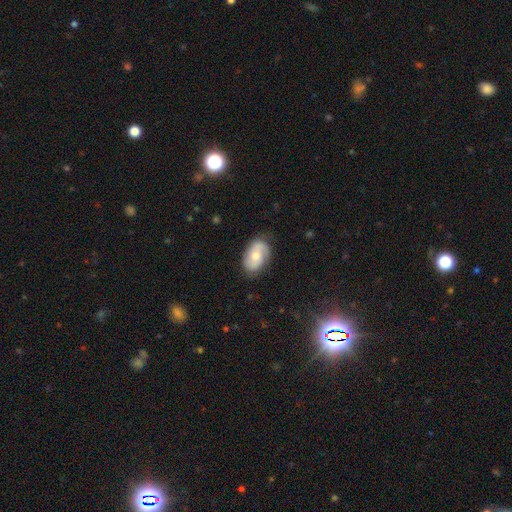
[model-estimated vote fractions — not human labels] Morphology: type=featured or disk (55%); edge-on=no (95%); bar=no (68%); spiral arms=yes (85%); bulge=moderate (59%); merging=none (74%).